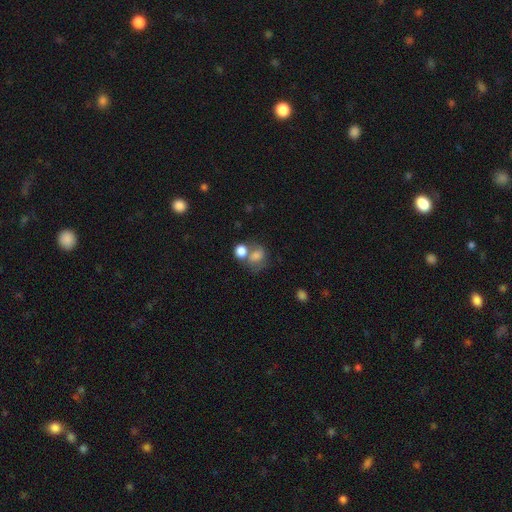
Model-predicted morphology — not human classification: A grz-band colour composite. It shows a smooth galaxy with no disk features (73%) that is in between round and cigar-shaped (51%). Merging: merger (46%).